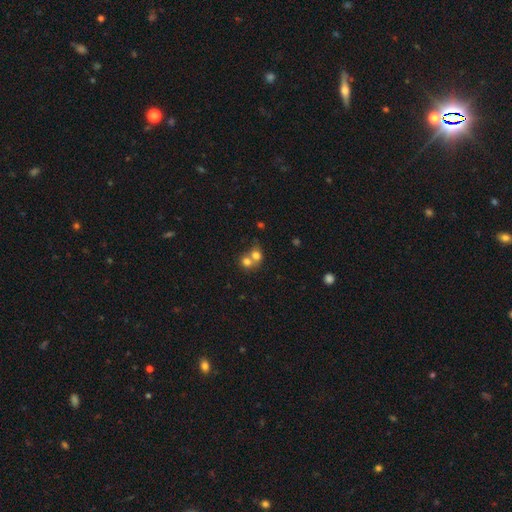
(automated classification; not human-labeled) smooth 73%, featured or disk 15%, star or artifact 12%. Down the decision tree: how rounded — round (76%); merging — merger (66%).